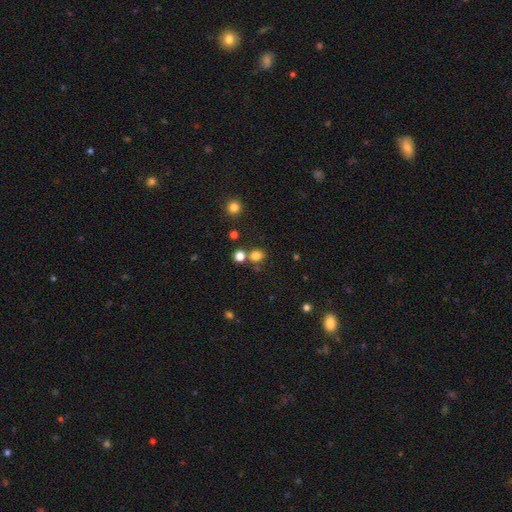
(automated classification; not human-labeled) smooth_or_featured: smooth (p=0.78) [alt: star or artifact p=0.16]
how_rounded: round (p=0.73) [alt: in between p=0.26]
merging: none (p=0.67) [alt: merger p=0.20]